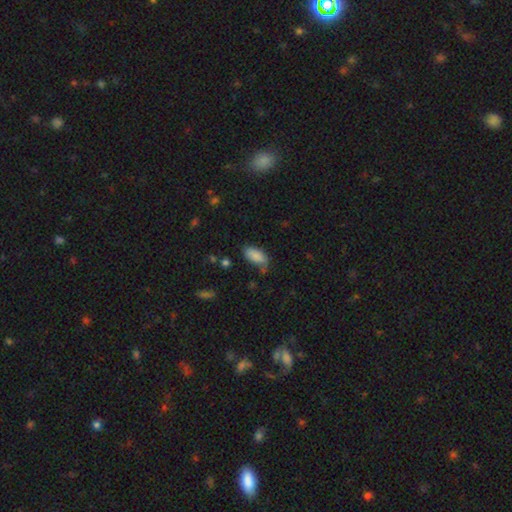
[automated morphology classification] Overall: smooth (86%). How rounded: in between (91%). Merging: none (61%; minor disturbance 27%).